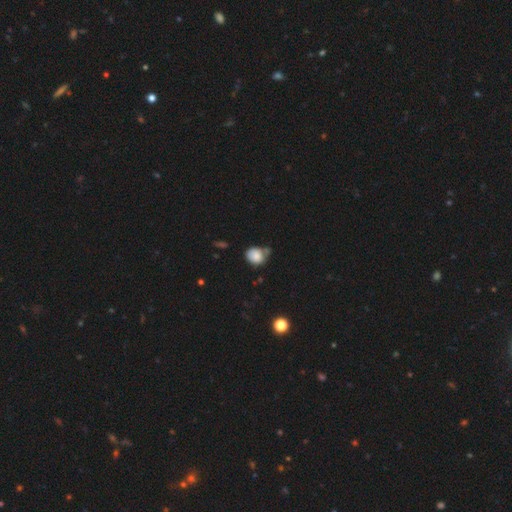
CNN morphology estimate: Q: Smooth or featured?
A: smooth (83%); runner-up: star or artifact (9%)
Q: How rounded?
A: round (67%); runner-up: in between (32%)
Q: Merging?
A: none (51%); runner-up: minor disturbance (27%)